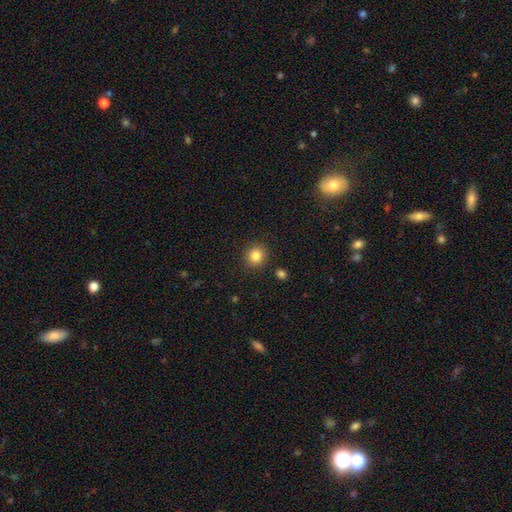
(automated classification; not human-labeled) Smooth or featured? smooth (84%)
How rounded? round (89%)
Merging? none (88%)